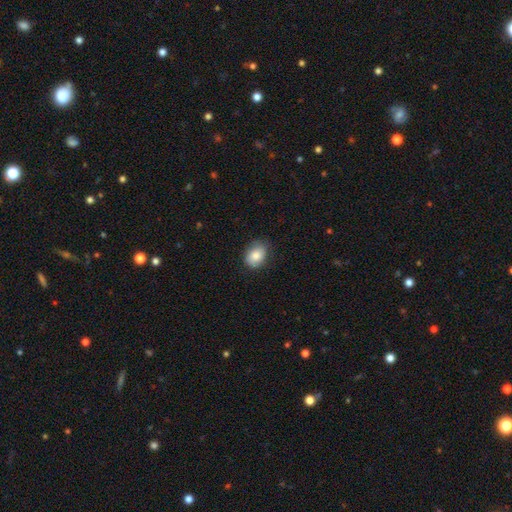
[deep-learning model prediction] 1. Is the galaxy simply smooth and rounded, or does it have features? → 83% smooth, 9% featured or disk, 7% star or artifact.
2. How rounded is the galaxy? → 70% in between, 29% round, 1% cigar-shaped.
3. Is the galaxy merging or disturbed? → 78% none, 17% minor disturbance, 3% major disturbance, 1% merger.